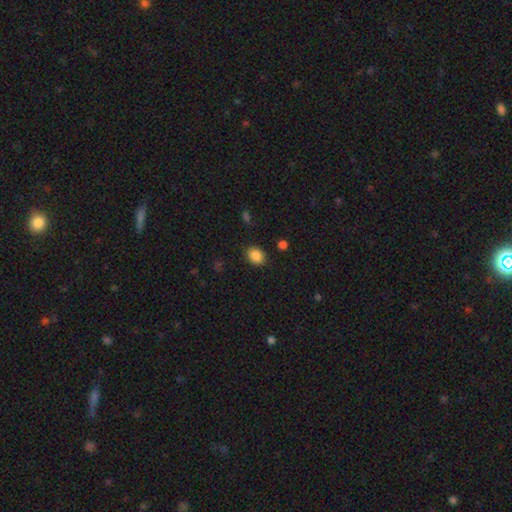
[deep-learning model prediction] The model was most divided on "how rounded": in between: 57%, round: 42%, cigar-shaped: 1%. More confident: smooth or featured — smooth (87%); merging — none (86%).